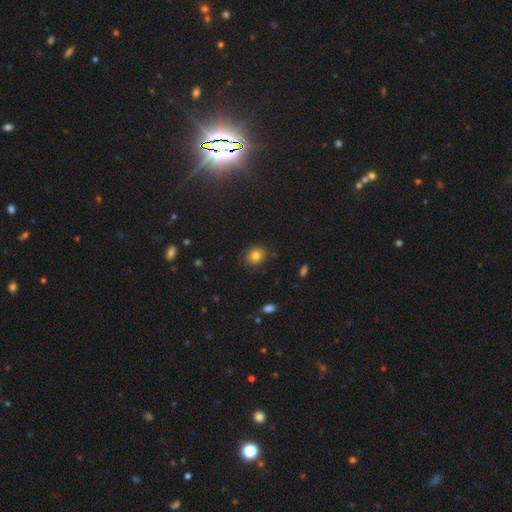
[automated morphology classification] smooth_or_featured: smooth (p=0.81) [alt: star or artifact p=0.11]
how_rounded: round (p=0.72) [alt: in between p=0.27]
merging: none (p=0.82) [alt: minor disturbance p=0.13]